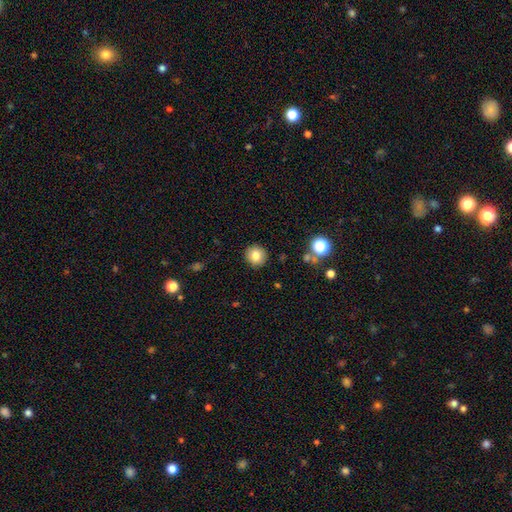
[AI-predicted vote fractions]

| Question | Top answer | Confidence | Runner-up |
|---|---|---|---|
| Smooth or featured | smooth | 80% | star or artifact (11%) |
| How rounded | round | 93% | in between (6%) |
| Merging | none | 91% | minor disturbance (6%) |